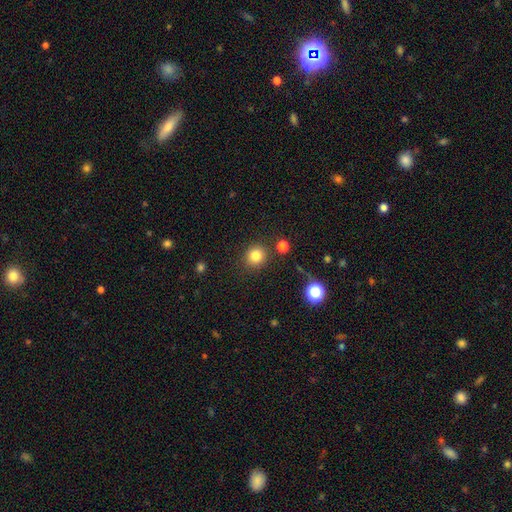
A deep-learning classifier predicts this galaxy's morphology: A smooth galaxy with no disk features (83%) that is round (87%).

Vote fractions:
- Smooth or featured? smooth: 83% / star or artifact: 12% / featured or disk: 6%
- How rounded? round: 87% / in between: 12% / cigar-shaped: 1%
- Merging? none: 85% / minor disturbance: 8% / merger: 4% / major disturbance: 3%